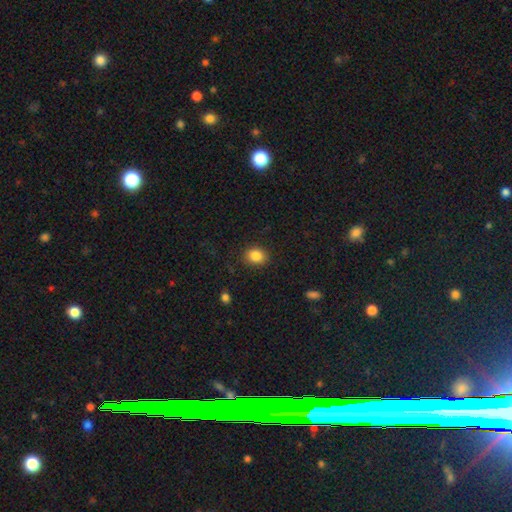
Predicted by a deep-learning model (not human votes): Smooth or featured? Predicted: smooth (p=0.86). How rounded? Predicted: round (p=0.50). Merging? Predicted: none (p=0.86).